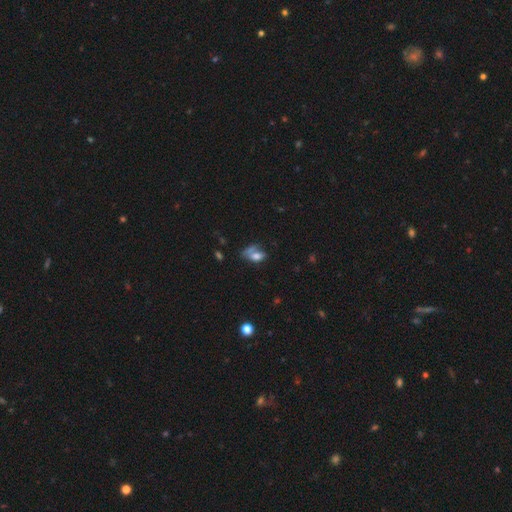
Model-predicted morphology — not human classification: Overall: smooth (66%). How rounded: in between (81%). Merging: none (34%; merger 32%).